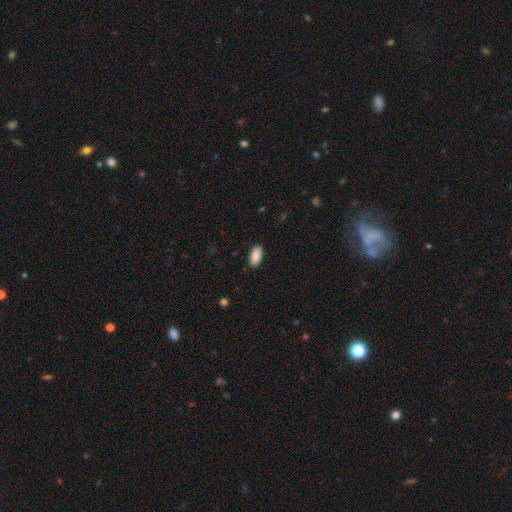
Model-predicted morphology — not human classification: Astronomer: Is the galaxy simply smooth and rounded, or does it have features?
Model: smooth — 89%.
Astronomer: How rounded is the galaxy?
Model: in between — 94%.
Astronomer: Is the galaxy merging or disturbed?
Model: none — 89%.